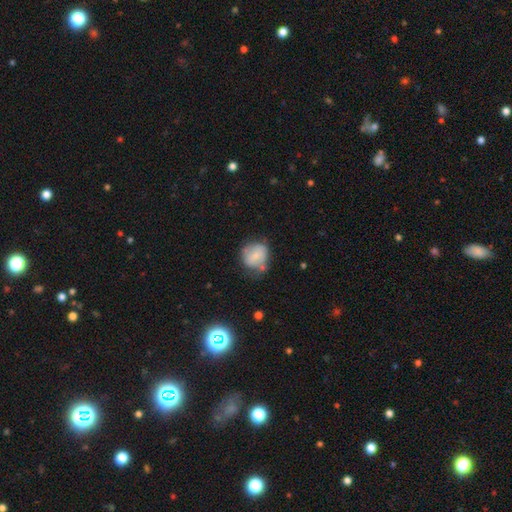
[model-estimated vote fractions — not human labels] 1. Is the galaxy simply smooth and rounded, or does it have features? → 69% smooth, 23% featured or disk, 8% star or artifact.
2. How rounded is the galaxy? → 71% round, 28% in between, 1% cigar-shaped.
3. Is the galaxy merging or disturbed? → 48% none, 31% minor disturbance, 12% major disturbance, 9% merger.